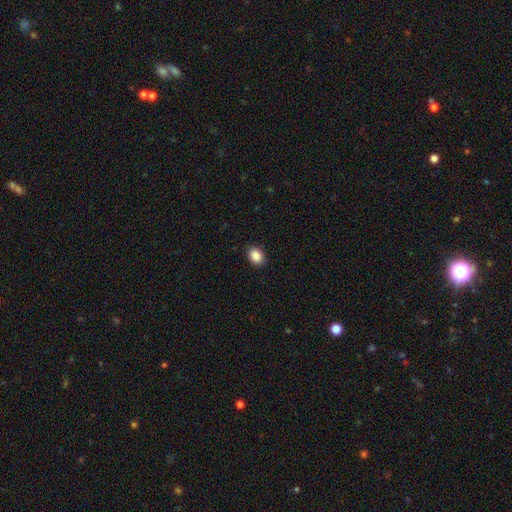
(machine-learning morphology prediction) type=smooth (88%); roundness=in between (75%); merging=none (88%).